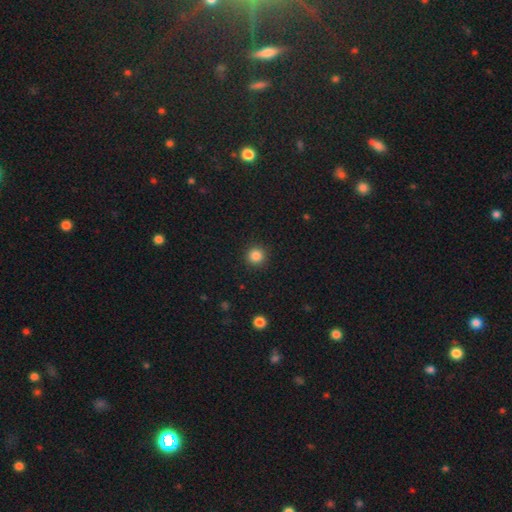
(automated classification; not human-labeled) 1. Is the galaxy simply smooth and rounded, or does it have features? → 85% smooth, 12% star or artifact, 4% featured or disk.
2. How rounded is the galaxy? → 95% round, 4% in between, 1% cigar-shaped.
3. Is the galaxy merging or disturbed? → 92% none, 5% minor disturbance, 2% major disturbance, 1% merger.